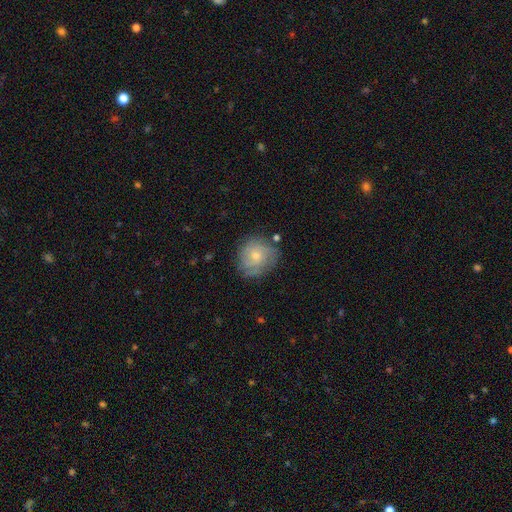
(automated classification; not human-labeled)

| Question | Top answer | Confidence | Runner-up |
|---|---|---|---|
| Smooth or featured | smooth | 51% | featured or disk (41%) |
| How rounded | round | 80% | in between (19%) |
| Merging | none | 71% | minor disturbance (20%) |